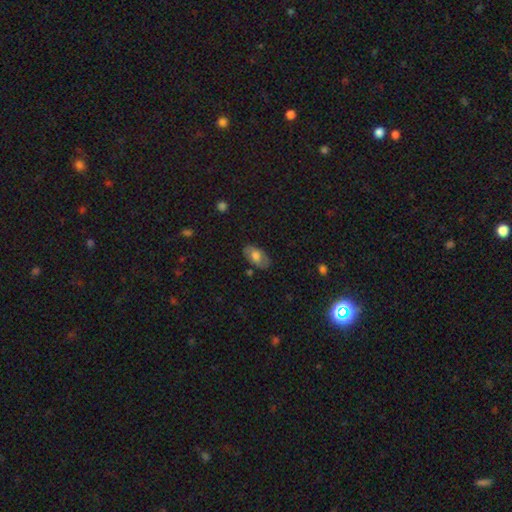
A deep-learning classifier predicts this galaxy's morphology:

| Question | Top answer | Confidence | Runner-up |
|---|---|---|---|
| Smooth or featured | smooth | 66% | featured or disk (27%) |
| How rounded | in between | 92% | round (5%) |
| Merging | none | 79% | minor disturbance (16%) |